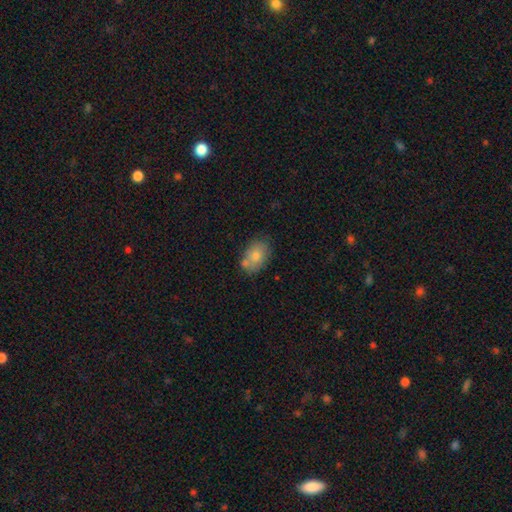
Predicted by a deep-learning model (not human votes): Q: Smooth or featured?
A: smooth (75%); runner-up: featured or disk (17%)
Q: How rounded?
A: in between (82%); runner-up: round (17%)
Q: Merging?
A: none (65%); runner-up: minor disturbance (16%)